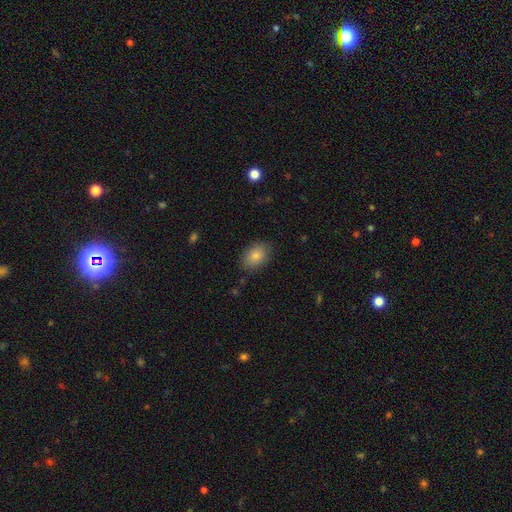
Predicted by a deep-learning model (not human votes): Smooth or featured? smooth (86%)
How rounded? in between (86%)
Merging? none (85%)